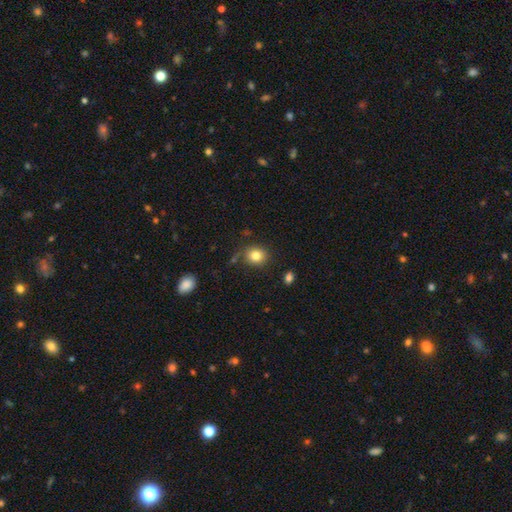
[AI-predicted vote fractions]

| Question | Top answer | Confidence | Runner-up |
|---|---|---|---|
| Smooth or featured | smooth | 82% | star or artifact (11%) |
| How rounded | round | 77% | in between (22%) |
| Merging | none | 80% | minor disturbance (13%) |